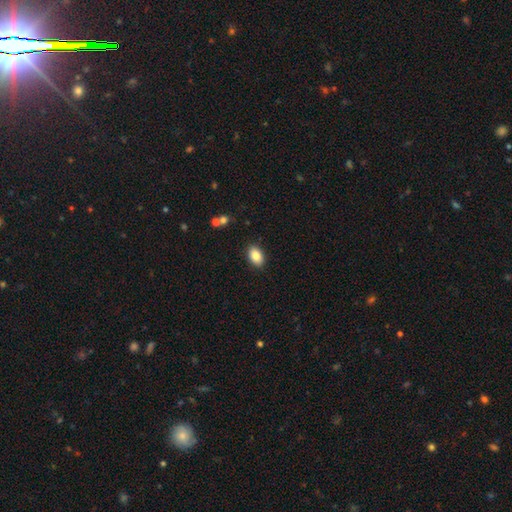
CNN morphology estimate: type=smooth (86%); roundness=in between (90%); merging=none (89%).